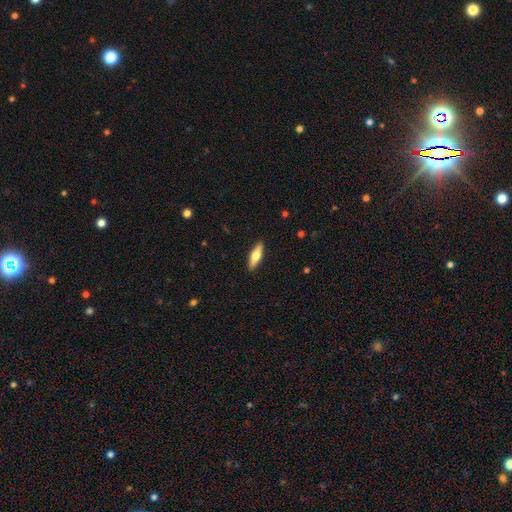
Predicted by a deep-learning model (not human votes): Morphology: type=smooth (56%); roundness=cigar-shaped (56%); merging=none (90%).